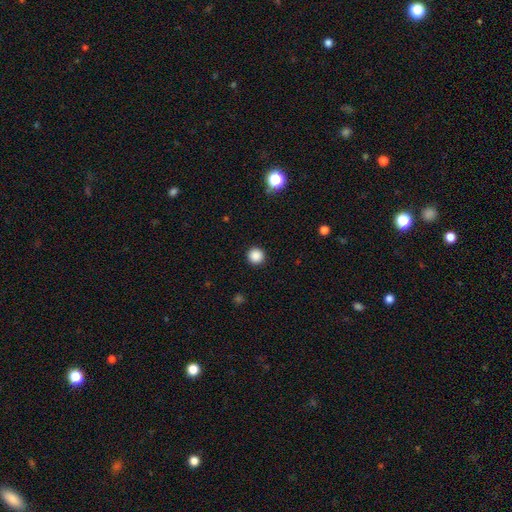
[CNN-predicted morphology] Smooth or featured: smooth — 88% (star or artifact — 10%)
How rounded: round — 96% (in between — 3%)
Merging: none — 93% (minor disturbance — 4%)